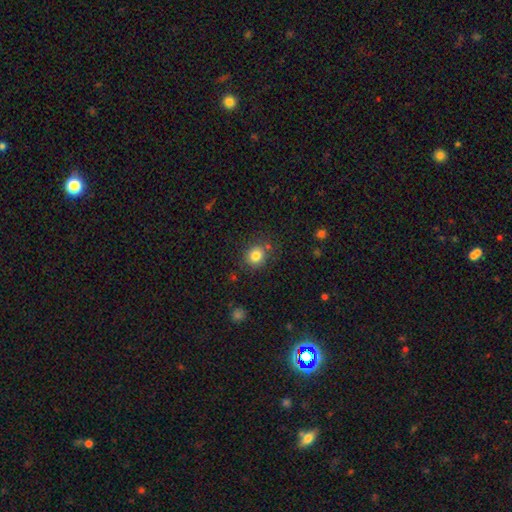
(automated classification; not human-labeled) Smooth or featured? smooth (83%)
How rounded? round (85%)
Merging? none (81%)